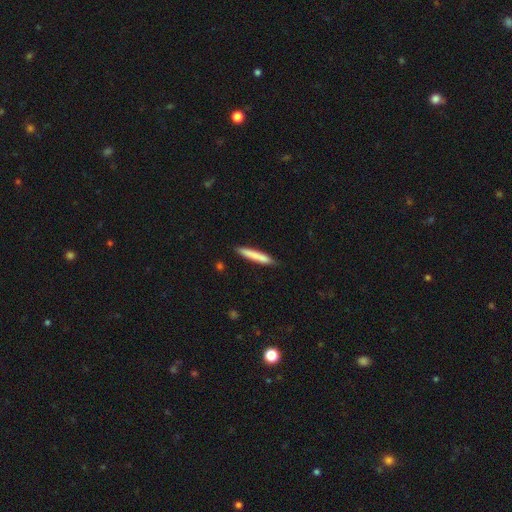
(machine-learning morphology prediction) The model was most divided on "smooth or featured": smooth: 79%, featured or disk: 16%, star or artifact: 6%. More confident: how rounded — cigar-shaped (94%); merging — none (86%).